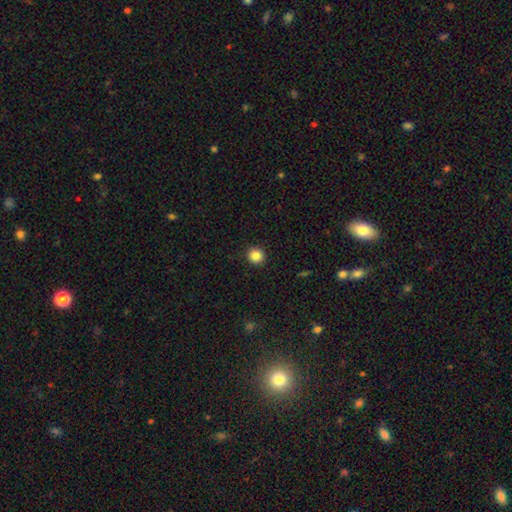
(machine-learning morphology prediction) smooth 85%, star or artifact 10%, featured or disk 4%. Down the decision tree: how rounded — round (91%); merging — none (92%).